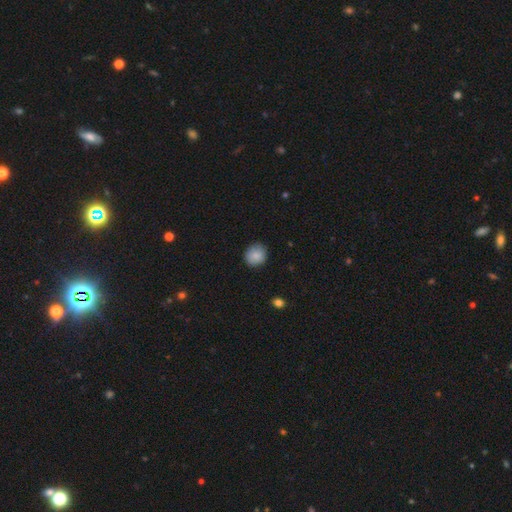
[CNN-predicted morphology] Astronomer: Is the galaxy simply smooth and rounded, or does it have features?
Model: smooth — 86%.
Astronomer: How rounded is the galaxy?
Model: round — 80%.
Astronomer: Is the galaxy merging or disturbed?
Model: none — 87%.